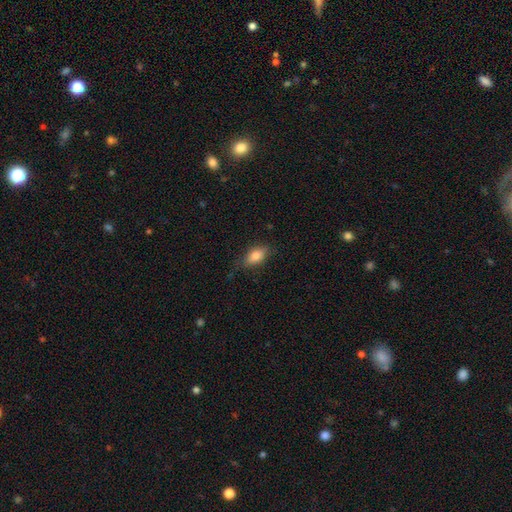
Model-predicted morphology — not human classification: smooth-or-featured: smooth: 82% | featured or disk: 11% | star or artifact: 7%
  how-rounded: in between: 88% | cigar-shaped: 7% | round: 6%
  merging: none: 75% | minor disturbance: 19% | major disturbance: 5% | merger: 1%